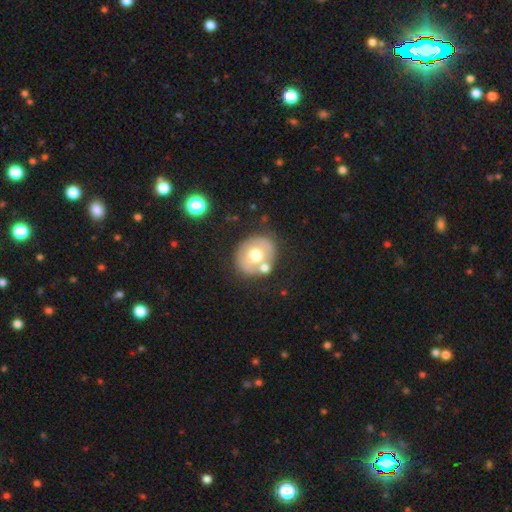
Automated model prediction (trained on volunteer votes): smooth 52%, featured or disk 40%, star or artifact 8%. Down the decision tree: how rounded — round (75%); merging — none (69%).